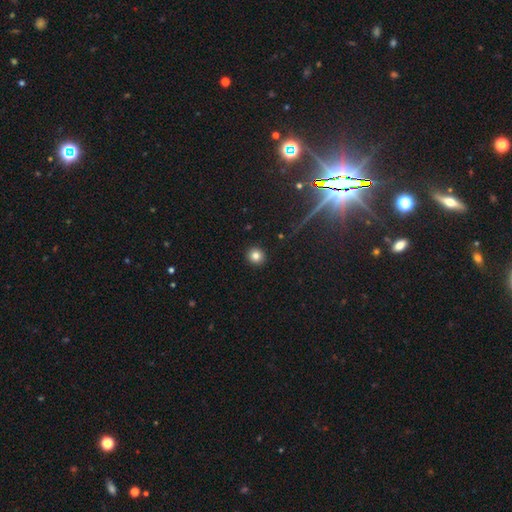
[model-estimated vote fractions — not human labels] A smooth galaxy with no disk features (81%) that is round (92%).

Vote fractions:
- Smooth or featured? smooth: 81% / star or artifact: 13% / featured or disk: 6%
- How rounded? round: 92% / in between: 7% / cigar-shaped: 1%
- Merging? none: 92% / minor disturbance: 5% / major disturbance: 2% / merger: 1%